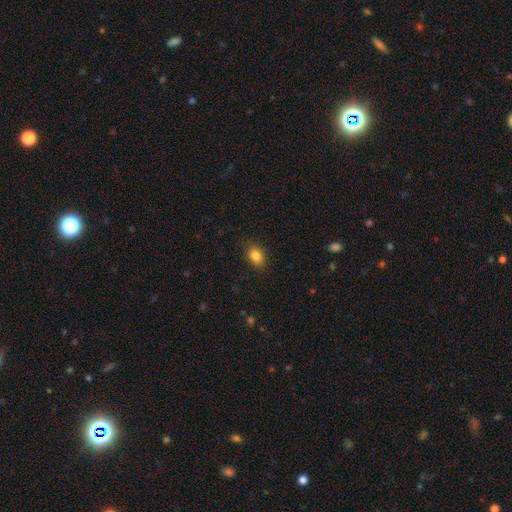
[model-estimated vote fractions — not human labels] Smooth or featured?
  - smooth: 84% *
  - star or artifact: 10%
  - featured or disk: 6%
How rounded?
  - in between: 70% *
  - round: 28%
  - cigar-shaped: 1%
Merging?
  - none: 86% *
  - minor disturbance: 11%
  - major disturbance: 3%
  - merger: 1%